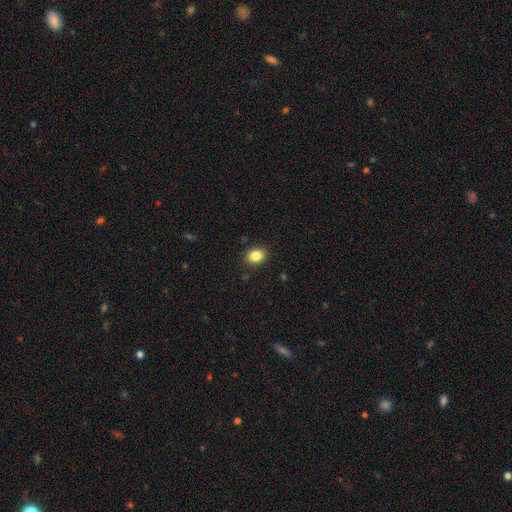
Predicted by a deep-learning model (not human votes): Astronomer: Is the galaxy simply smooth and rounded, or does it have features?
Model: smooth — 85%.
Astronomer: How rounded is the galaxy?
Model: in between — 66%.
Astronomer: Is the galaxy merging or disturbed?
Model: none — 88%.